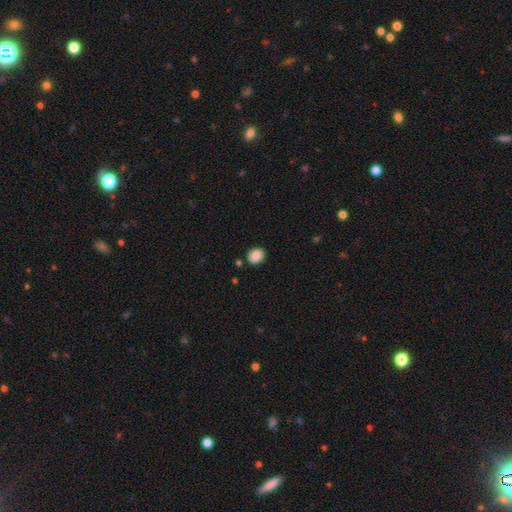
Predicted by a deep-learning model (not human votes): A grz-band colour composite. It shows a smooth galaxy with no disk features (88%) that is round (63%). Merging: none (85%).